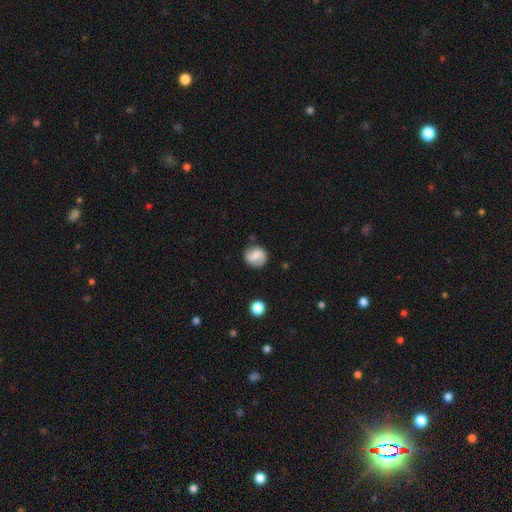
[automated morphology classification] Smooth or featured? featured or disk (57%)
Edge-on disk? no (98%)
Bar? weak (48%)
Spiral arms? yes (90%)
Spiral winding? medium (42%)
Spiral arm count? 2 (82%)
Bulge size? none (34%)
Merging? none (78%)